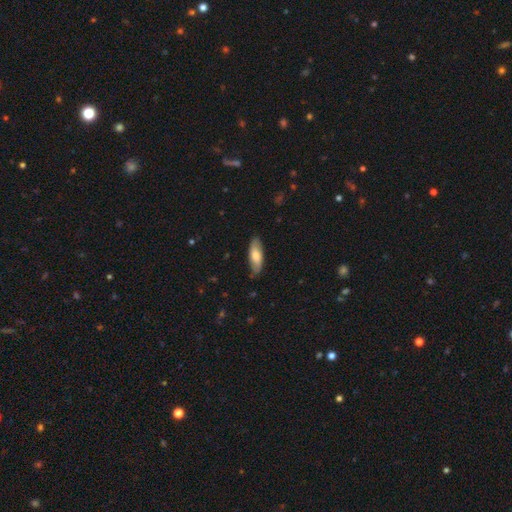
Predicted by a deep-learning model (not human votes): A smooth galaxy with no disk features (66%) that is in between round and cigar-shaped (70%). Merging: none (82%).